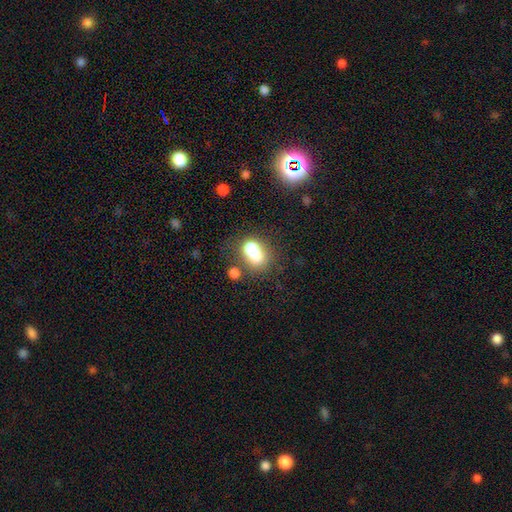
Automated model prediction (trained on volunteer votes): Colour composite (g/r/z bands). It shows a smooth galaxy with no disk features (67%) that is round (50%). Merging: merger (51%).